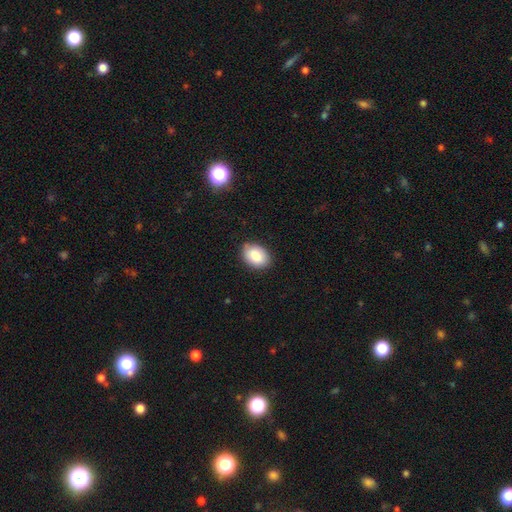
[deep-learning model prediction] smooth_or_featured: smooth (p=0.86) [alt: star or artifact p=0.07]
how_rounded: in between (p=0.80) [alt: round p=0.19]
merging: none (p=0.84) [alt: minor disturbance p=0.13]